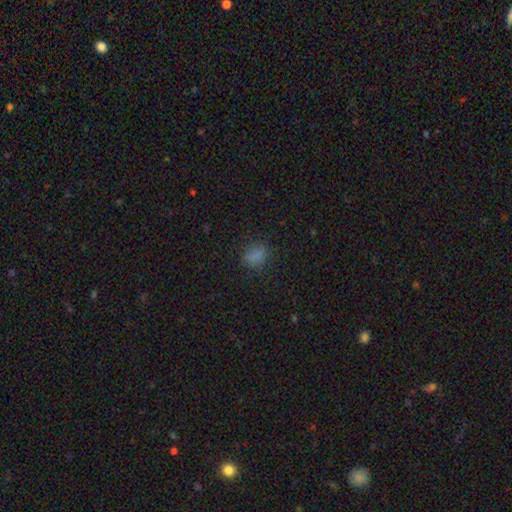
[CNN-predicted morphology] smooth-or-featured: smooth: 79% | star or artifact: 17% | featured or disk: 5%
  how-rounded: in between: 50% | round: 48% | cigar-shaped: 1%
  merging: none: 80% | minor disturbance: 14% | major disturbance: 5% | merger: 1%